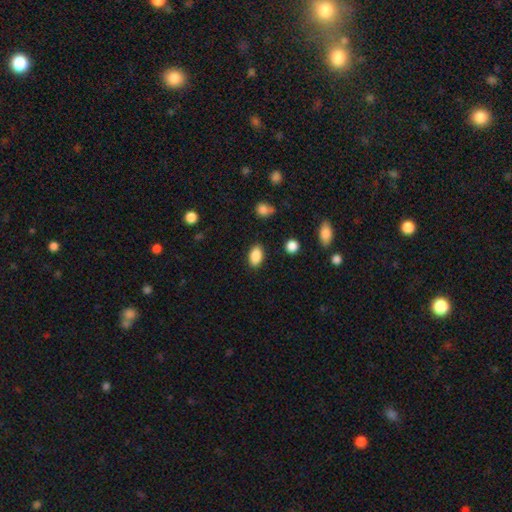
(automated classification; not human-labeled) Q: Smooth or featured?
A: smooth (88%); runner-up: star or artifact (8%)
Q: How rounded?
A: in between (89%); runner-up: round (8%)
Q: Merging?
A: none (87%); runner-up: minor disturbance (9%)